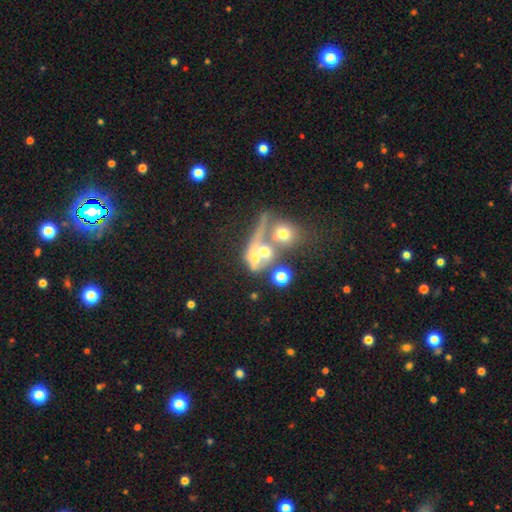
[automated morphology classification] Smooth or featured? featured or disk (45%)
Merging? merger (57%)